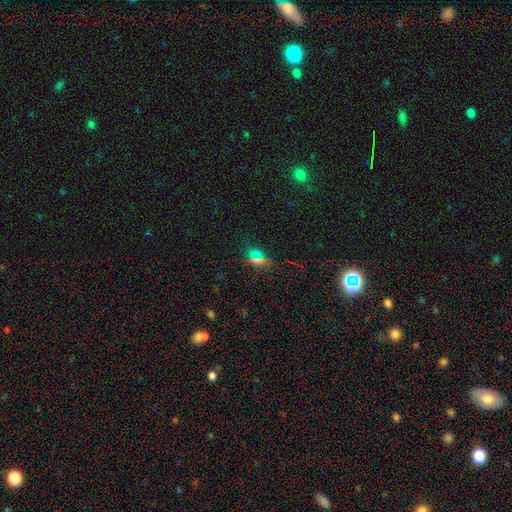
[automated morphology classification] smooth_or_featured: smooth (p=0.54) [alt: star or artifact p=0.36]
how_rounded: in between (p=0.68) [alt: round p=0.21]
merging: none (p=0.74) [alt: minor disturbance p=0.13]